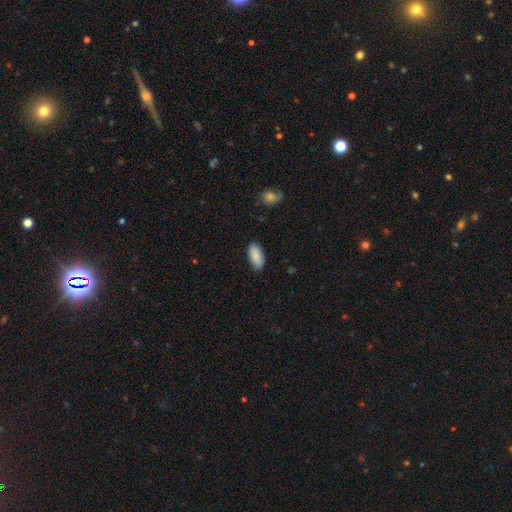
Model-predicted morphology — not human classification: type=smooth (87%); roundness=in between (91%); merging=none (85%).